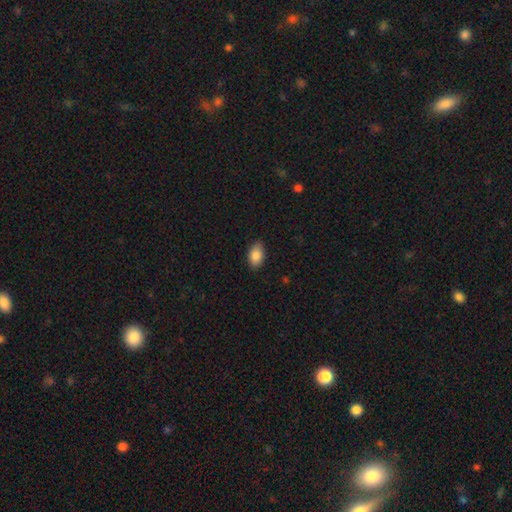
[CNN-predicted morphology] Q: Smooth or featured?
A: smooth (85%); runner-up: featured or disk (8%)
Q: How rounded?
A: in between (90%); runner-up: round (8%)
Q: Merging?
A: none (83%); runner-up: minor disturbance (14%)